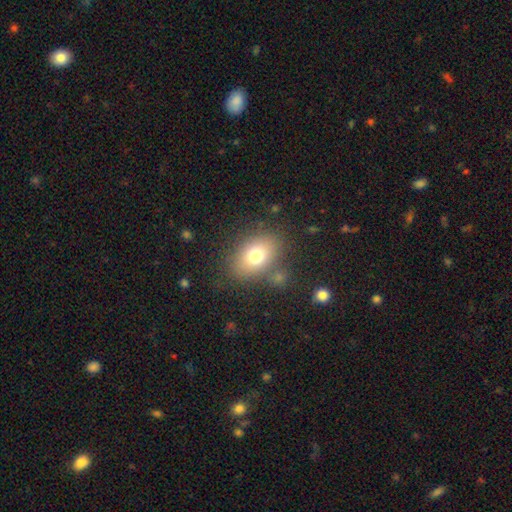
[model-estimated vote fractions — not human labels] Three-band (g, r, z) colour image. It shows a smooth galaxy with no disk features (74%) that is in between round and cigar-shaped (75%). Merging: none (76%).